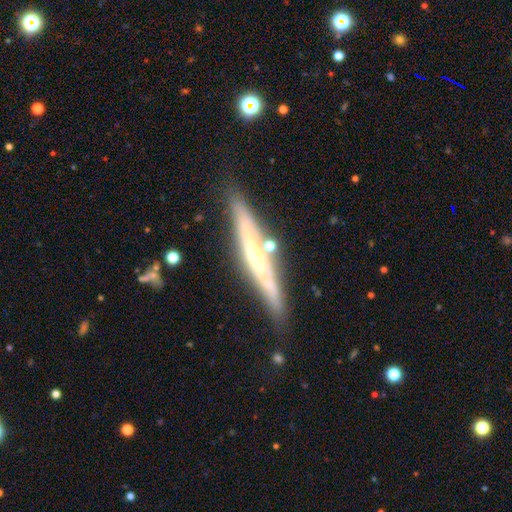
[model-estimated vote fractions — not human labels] Smooth or featured? featured or disk (68%)
Edge-on disk? yes (90%)
Edge-on bulge? rounded (53%)
Merging? none (78%)